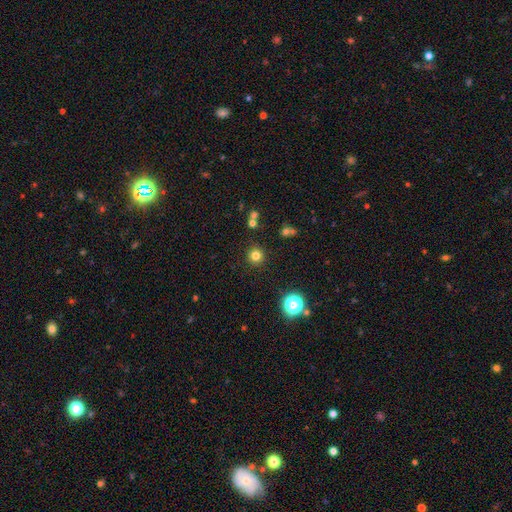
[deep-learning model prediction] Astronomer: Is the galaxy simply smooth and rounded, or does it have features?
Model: smooth — 78%.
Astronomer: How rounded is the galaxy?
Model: round — 95%.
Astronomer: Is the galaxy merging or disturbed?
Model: none — 89%.